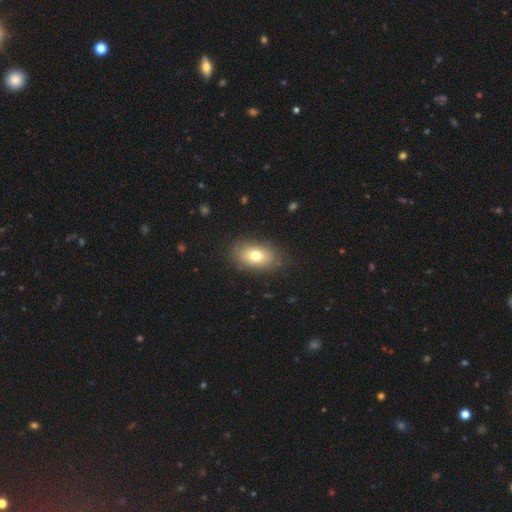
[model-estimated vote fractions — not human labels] This is likely a smooth galaxy (75%). How rounded: clearly in between (87%). Merging: clearly none (84%).